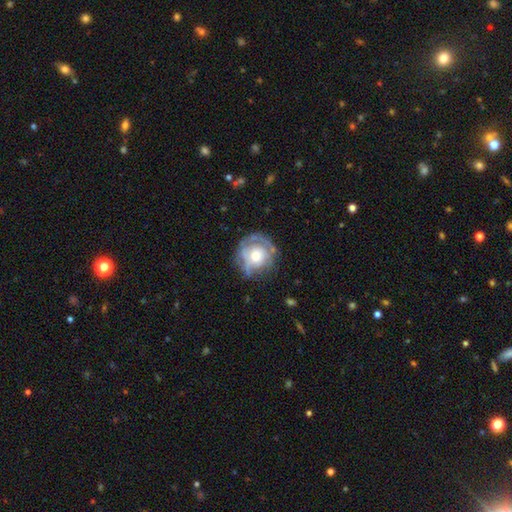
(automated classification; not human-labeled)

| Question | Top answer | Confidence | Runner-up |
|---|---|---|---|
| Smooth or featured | featured or disk | 60% | smooth (33%) |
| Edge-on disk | no | 96% | yes (4%) |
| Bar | no | 85% | weak (12%) |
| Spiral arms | yes | 56% | no (44%) |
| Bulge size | moderate | 55% | large (23%) |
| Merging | none | 61% | minor disturbance (23%) |